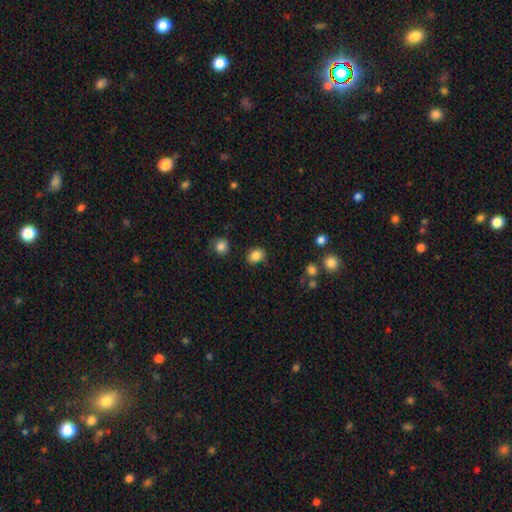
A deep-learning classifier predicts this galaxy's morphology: type=smooth (85%); roundness=in between (57%); merging=none (83%).